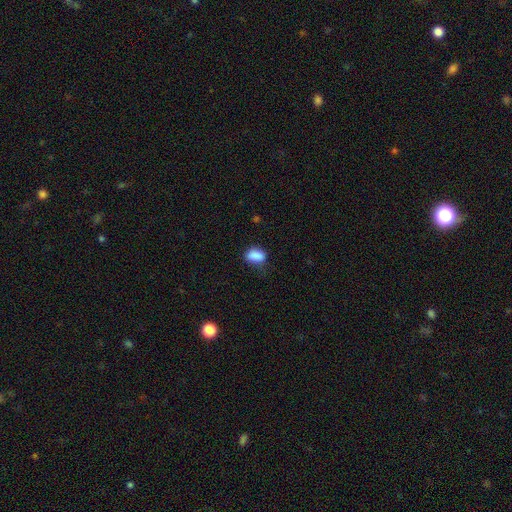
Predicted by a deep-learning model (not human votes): smooth-or-featured: smooth: 87% | star or artifact: 9% | featured or disk: 4%
  how-rounded: in between: 84% | round: 13% | cigar-shaped: 3%
  merging: none: 66% | minor disturbance: 25% | major disturbance: 7% | merger: 2%